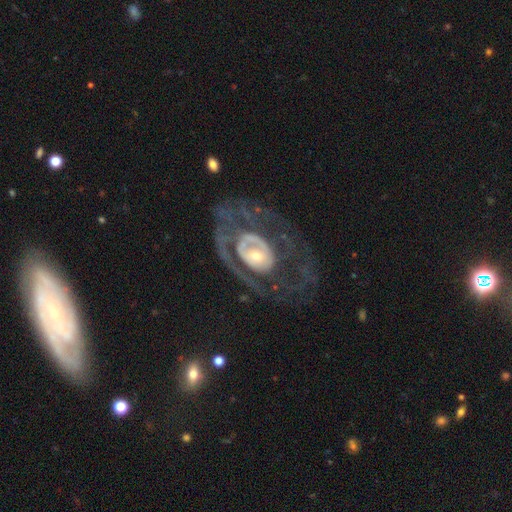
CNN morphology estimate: smooth-or-featured: featured or disk: 80% | smooth: 14% | star or artifact: 6%
  disk-edge-on: no: 96% | yes: 4%
    bar: no: 68% | weak: 23% | strong: 9%
    has-spiral-arms: yes: 70% | no: 30%
      spiral-winding: tight: 44% | medium: 34% | loose: 22%
      spiral-arm-count: can't tell: 34% | 2: 27% | 1: 22% | 3: 8% | 4: 4% | more than 4: 4%
    bulge-size: small: 47% | moderate: 41% | large: 8% | dominant: 2% | none: 2%
  merging: major disturbance: 43% | none: 39% | minor disturbance: 15% | merger: 3%